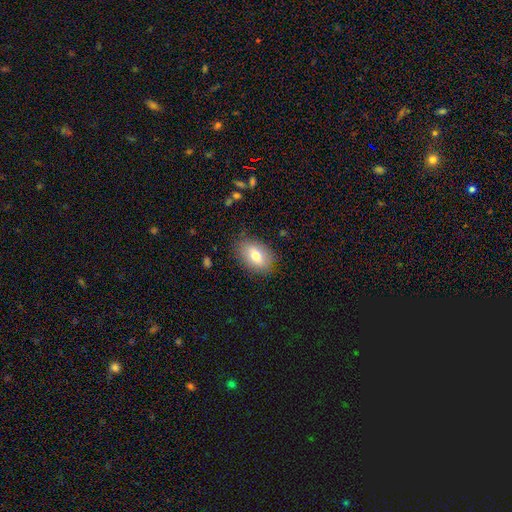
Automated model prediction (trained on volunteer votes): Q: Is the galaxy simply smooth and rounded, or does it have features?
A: smooth — 74%.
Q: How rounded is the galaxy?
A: in between — 86%.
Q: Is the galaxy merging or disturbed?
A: none — 83%.